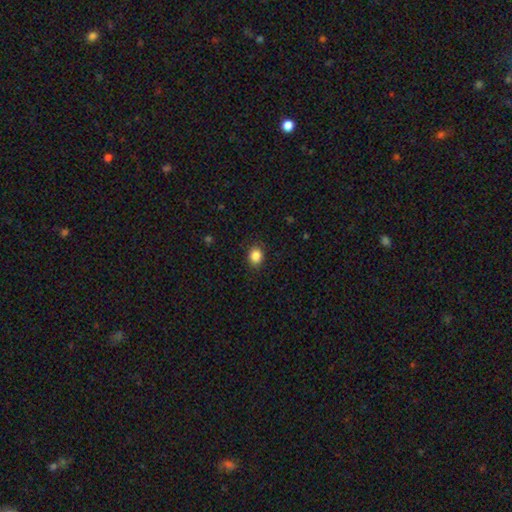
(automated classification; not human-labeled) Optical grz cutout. It shows a smooth galaxy with no disk features (87%) that is round (55%). Merging: none (89%).